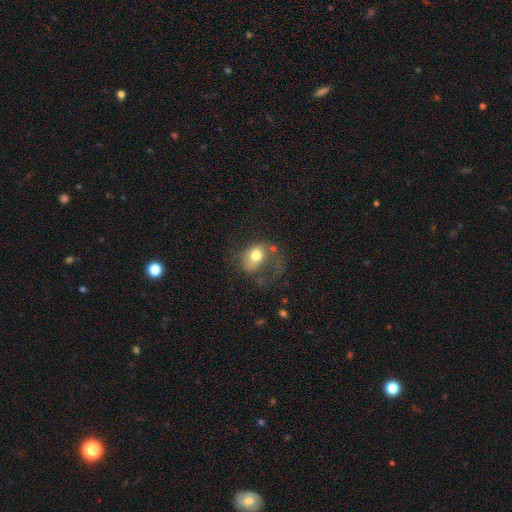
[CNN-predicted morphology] The model was most divided on "merging": major disturbance: 47%, none: 27%, minor disturbance: 21%, merger: 5%. More confident: smooth or featured — smooth (62%); how rounded — in between (60%).